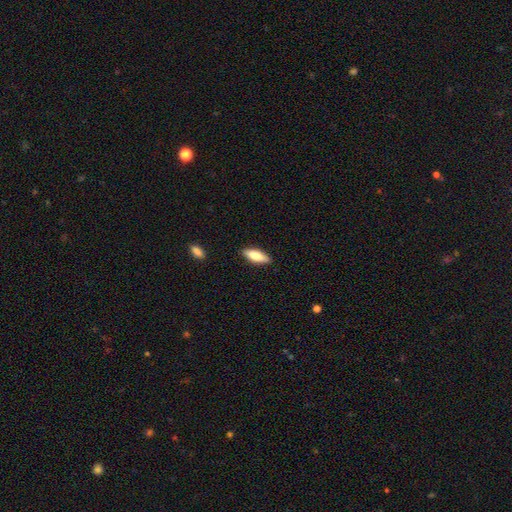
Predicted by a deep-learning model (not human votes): Morphology: type=smooth (75%); roundness=in between (60%); merging=none (88%).